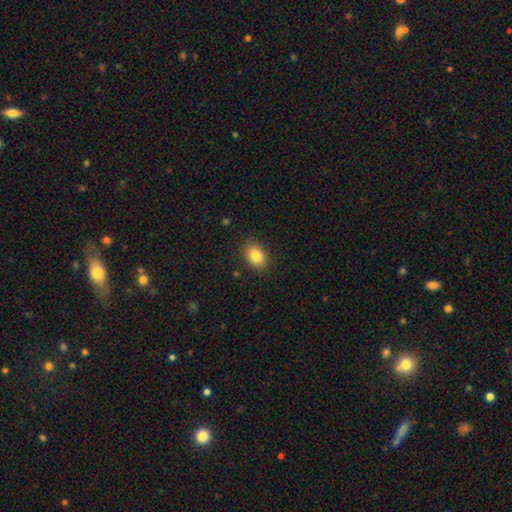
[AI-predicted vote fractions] A smooth galaxy with no disk features (84%) that is in between round and cigar-shaped (70%).

Vote fractions:
- Smooth or featured? smooth: 84% / star or artifact: 9% / featured or disk: 6%
- How rounded? in between: 70% / round: 29% / cigar-shaped: 1%
- Merging? none: 88% / minor disturbance: 9% / major disturbance: 2% / merger: 1%